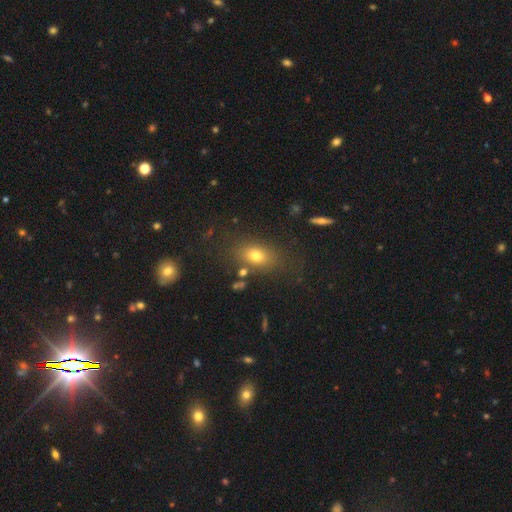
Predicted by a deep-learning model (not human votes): A smooth galaxy with no disk features (73%) that is in between round and cigar-shaped (72%).

Vote fractions:
- Smooth or featured? smooth: 73% / star or artifact: 14% / featured or disk: 13%
- How rounded? in between: 72% / round: 25% / cigar-shaped: 3%
- Merging? none: 77% / minor disturbance: 13% / major disturbance: 6% / merger: 4%